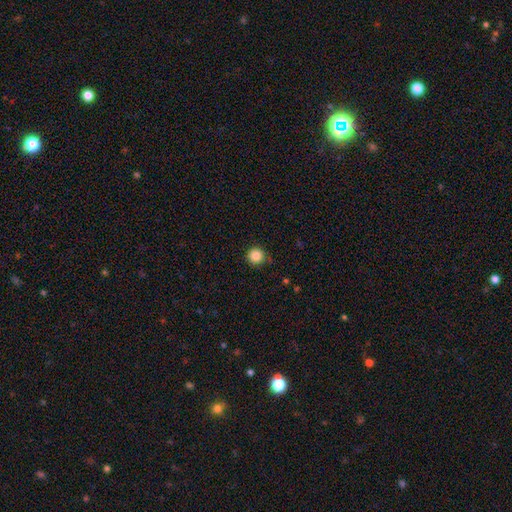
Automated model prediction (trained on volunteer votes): Q: Smooth or featured?
A: smooth (86%); runner-up: star or artifact (10%)
Q: How rounded?
A: round (96%); runner-up: in between (3%)
Q: Merging?
A: none (89%); runner-up: minor disturbance (8%)